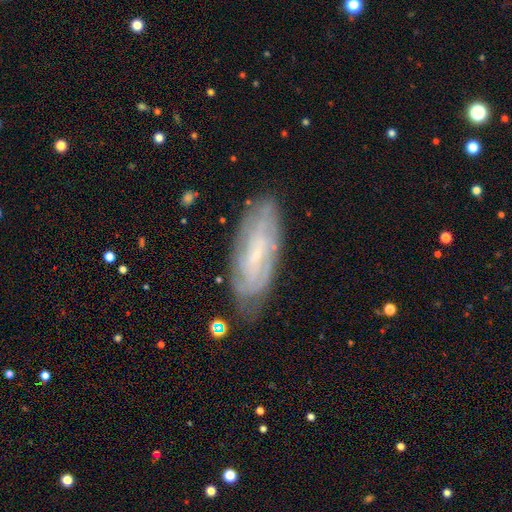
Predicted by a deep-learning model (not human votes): Morphology: type=featured or disk (75%); edge-on=no (88%); bar=no (53%); spiral arms=yes (88%); winding=tight (68%); arm count=can't tell (54%); bulge=small (82%); merging=none (74%).